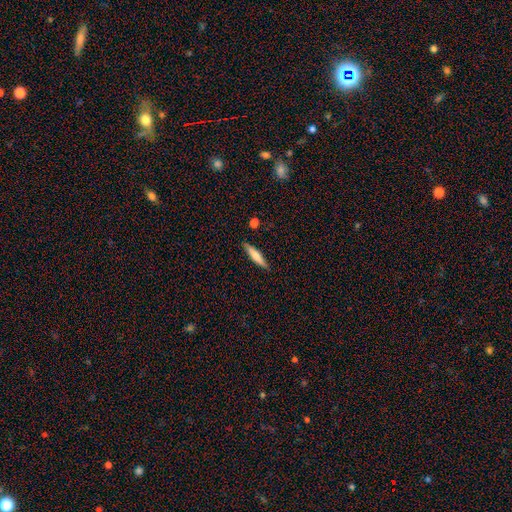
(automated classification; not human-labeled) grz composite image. It shows a smooth galaxy with no disk features (65%) that is cigar-shaped (86%). Merging: none (87%).